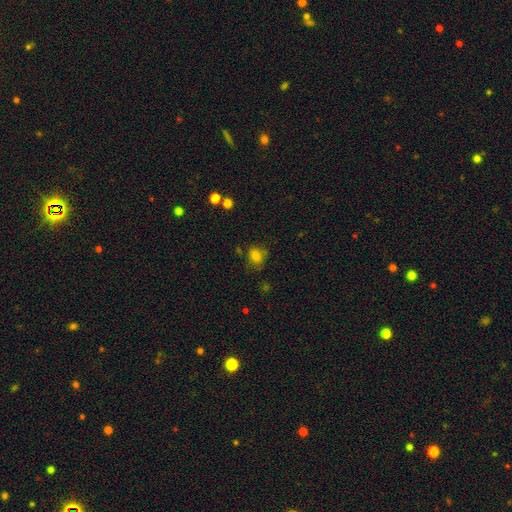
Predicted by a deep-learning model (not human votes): smooth_or_featured: smooth (p=0.78) [alt: star or artifact p=0.14]
how_rounded: in between (p=0.52) [alt: round p=0.47]
merging: none (p=0.66) [alt: minor disturbance p=0.22]